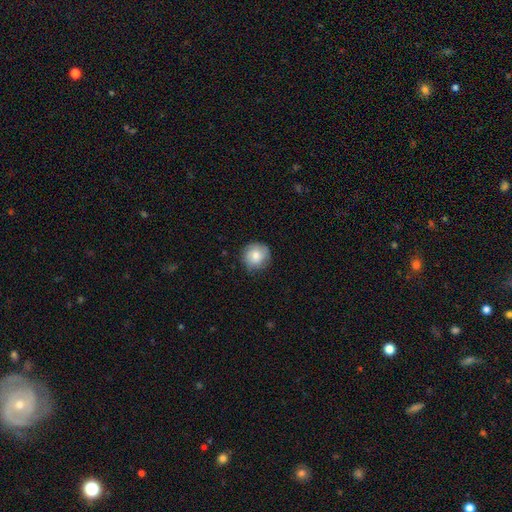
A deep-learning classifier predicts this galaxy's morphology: Q: Smooth or featured?
A: smooth (74%); runner-up: featured or disk (18%)
Q: How rounded?
A: round (92%); runner-up: in between (7%)
Q: Merging?
A: none (81%); runner-up: minor disturbance (14%)